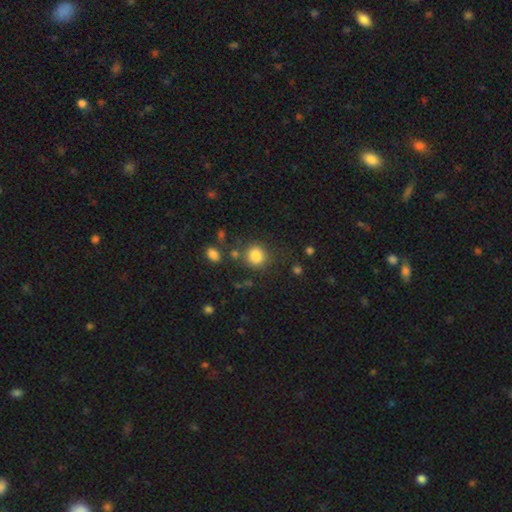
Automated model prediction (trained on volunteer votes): Smooth or featured? smooth (84%)
How rounded? round (84%)
Merging? none (76%)